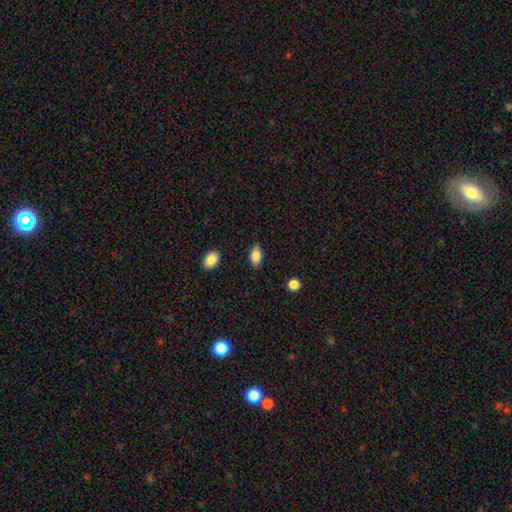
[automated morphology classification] A smooth galaxy with no disk features (80%) that is in between round and cigar-shaped (90%). Merging: none (85%).